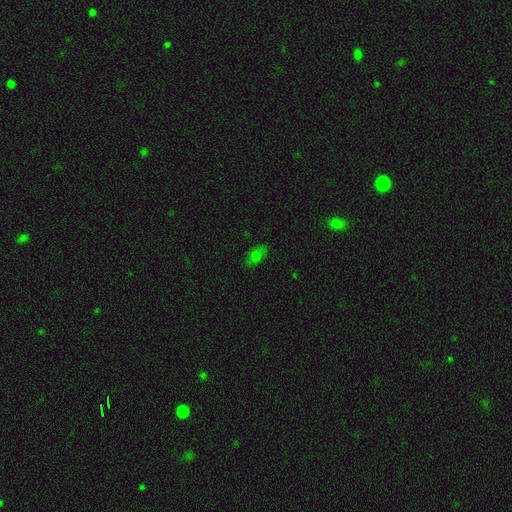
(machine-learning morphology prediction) Smooth or featured?
  - smooth: 68% *
  - star or artifact: 19%
  - featured or disk: 13%
How rounded?
  - in between: 84% *
  - round: 10%
  - cigar-shaped: 5%
Merging?
  - none: 79% *
  - minor disturbance: 16%
  - major disturbance: 4%
  - merger: 2%